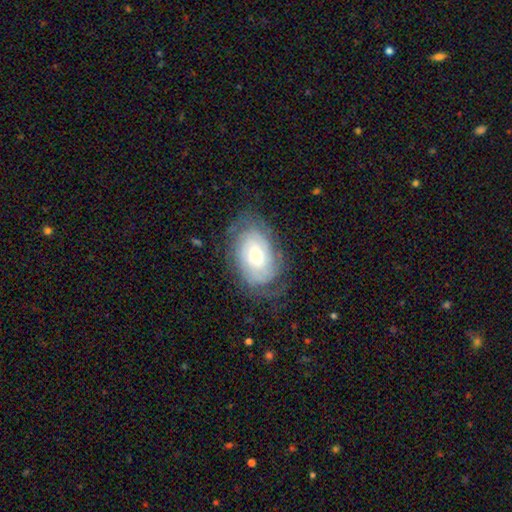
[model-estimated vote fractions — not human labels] This appears to be a featured or disk galaxy (72%) with no bar (68%), tight (70%) spiral arms (89%) and a moderate central bulge (49%). Merging: none (70%).